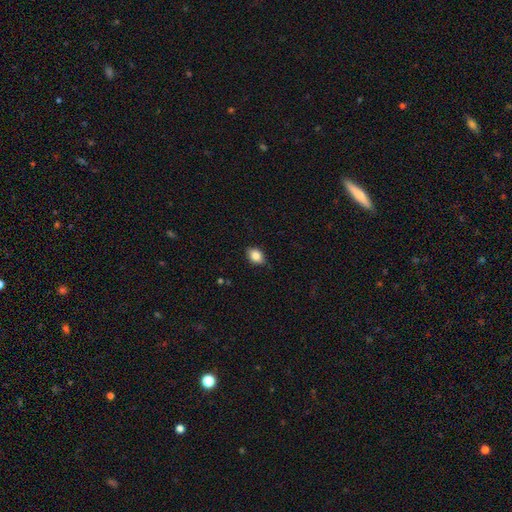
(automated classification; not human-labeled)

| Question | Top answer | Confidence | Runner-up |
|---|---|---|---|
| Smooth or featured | smooth | 84% | featured or disk (8%) |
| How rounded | in between | 76% | round (22%) |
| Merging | none | 81% | minor disturbance (16%) |